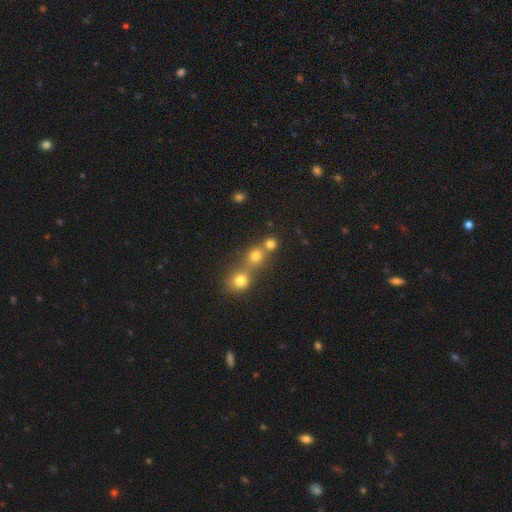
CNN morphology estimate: A smooth galaxy with no disk features (74%) that is round (87%).

Vote fractions:
- Smooth or featured? smooth: 74% / star or artifact: 17% / featured or disk: 9%
- How rounded? round: 87% / in between: 11% / cigar-shaped: 1%
- Merging? merger: 48% / none: 43% / minor disturbance: 6% / major disturbance: 3%